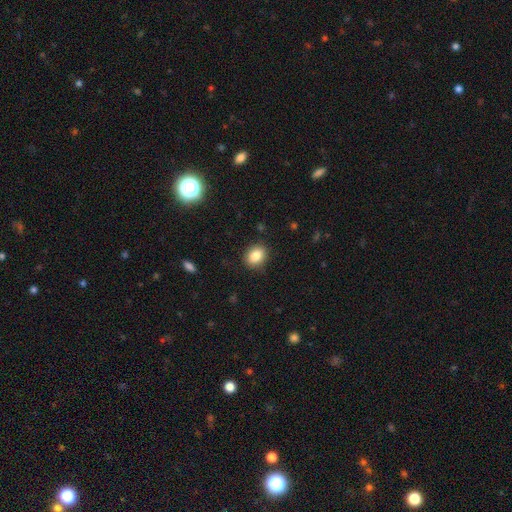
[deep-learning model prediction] A smooth galaxy with no disk features (86%) that is in between round and cigar-shaped (56%).

Vote fractions:
- Smooth or featured? smooth: 86% / star or artifact: 9% / featured or disk: 5%
- How rounded? in between: 56% / round: 43% / cigar-shaped: 1%
- Merging? none: 87% / minor disturbance: 10% / major disturbance: 3% / merger: 1%